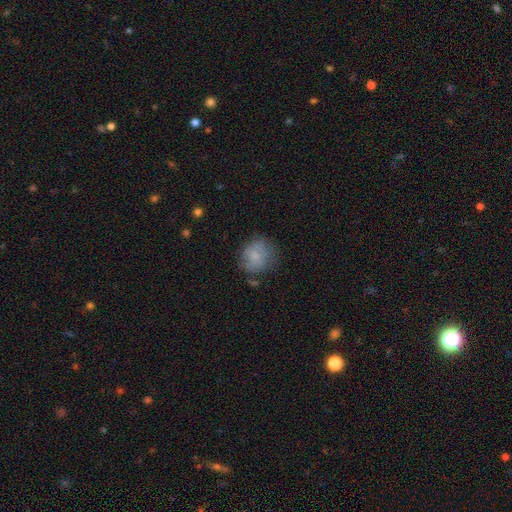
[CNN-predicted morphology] Q: Smooth or featured?
A: smooth (73%); runner-up: featured or disk (17%)
Q: How rounded?
A: round (75%); runner-up: in between (24%)
Q: Merging?
A: none (64%); runner-up: minor disturbance (24%)